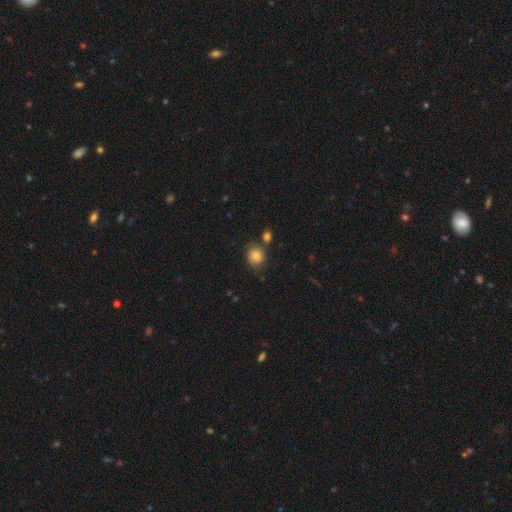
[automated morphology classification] Smooth or featured?
  - smooth: 82% *
  - star or artifact: 9%
  - featured or disk: 8%
How rounded?
  - round: 85% *
  - in between: 14%
  - cigar-shaped: 1%
Merging?
  - none: 71% *
  - minor disturbance: 14%
  - merger: 12%
  - major disturbance: 4%